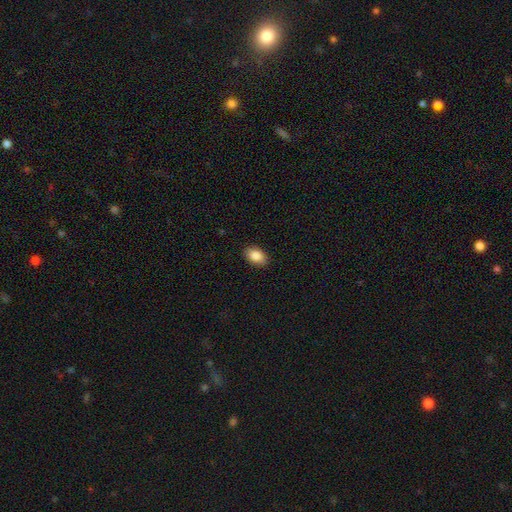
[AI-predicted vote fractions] Morphology: type=smooth (87%); roundness=in between (89%); merging=none (89%).